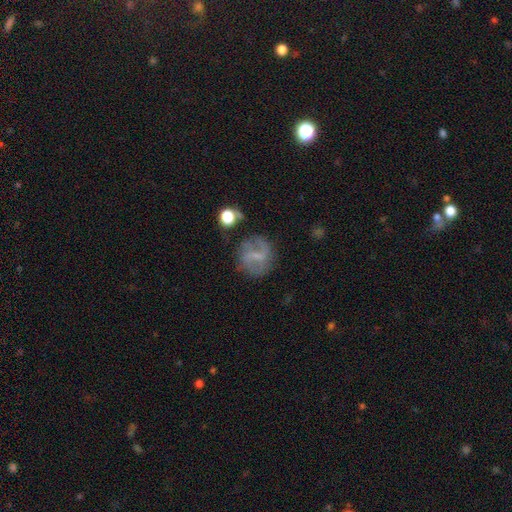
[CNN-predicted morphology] Q: Smooth or featured?
A: featured or disk (64%); runner-up: smooth (26%)
Q: Edge-on disk?
A: no (97%); runner-up: yes (3%)
Q: Bar?
A: weak (49%); runner-up: strong (30%)
Q: Spiral arms?
A: yes (81%); runner-up: no (19%)
Q: Spiral winding?
A: loose (43%); runner-up: medium (41%)
Q: Spiral arm count?
A: 2 (80%); runner-up: can't tell (11%)
Q: Bulge size?
A: small (42%); runner-up: none (40%)
Q: Merging?
A: none (68%); runner-up: minor disturbance (18%)